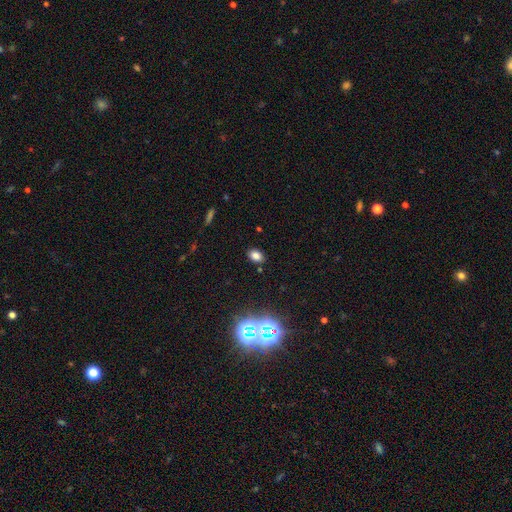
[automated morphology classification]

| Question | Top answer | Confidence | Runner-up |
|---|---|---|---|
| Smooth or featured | smooth | 76% | star or artifact (17%) |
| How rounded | in between | 79% | round (20%) |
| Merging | none | 86% | minor disturbance (9%) |